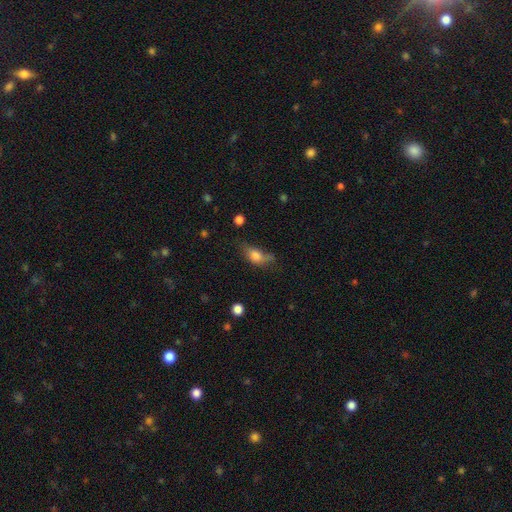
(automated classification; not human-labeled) This appears to be a smooth galaxy with no disk features (73%) that is in between round and cigar-shaped (78%). Merging: none (37%).